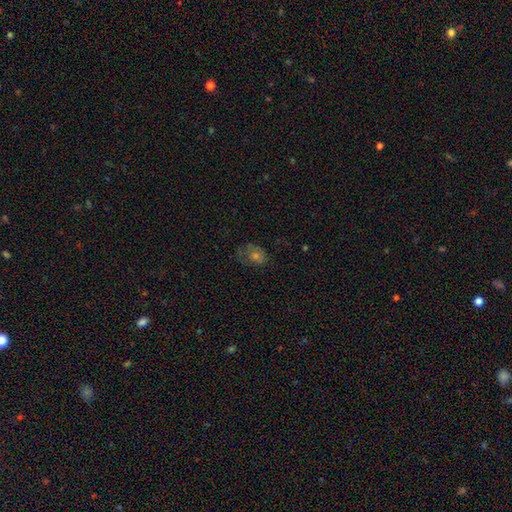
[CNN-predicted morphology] Smooth or featured?
  - smooth: 44% *
  - featured or disk: 32%
  - star or artifact: 23%
Merging?
  - none: 62% *
  - minor disturbance: 22%
  - major disturbance: 14%
  - merger: 2%